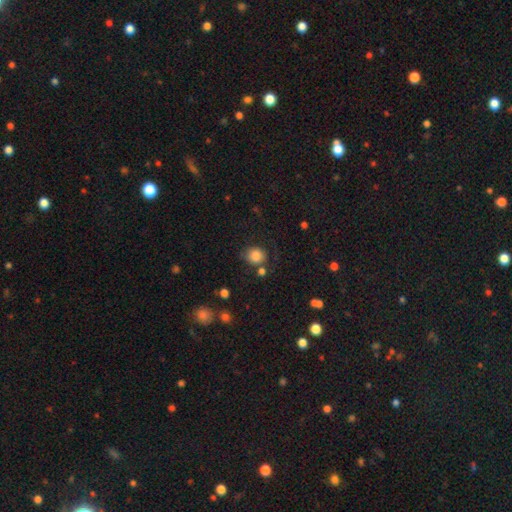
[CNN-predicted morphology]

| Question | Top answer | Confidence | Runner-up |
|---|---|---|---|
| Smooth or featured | smooth | 83% | star or artifact (11%) |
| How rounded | round | 83% | in between (16%) |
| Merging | none | 71% | minor disturbance (15%) |